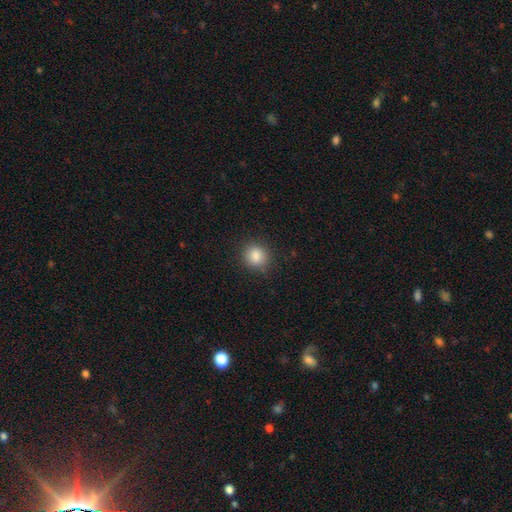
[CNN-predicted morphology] smooth-or-featured: smooth: 85% | star or artifact: 10% | featured or disk: 4%
  how-rounded: round: 86% | in between: 13% | cigar-shaped: 1%
  merging: none: 87% | minor disturbance: 9% | major disturbance: 3% | merger: 1%